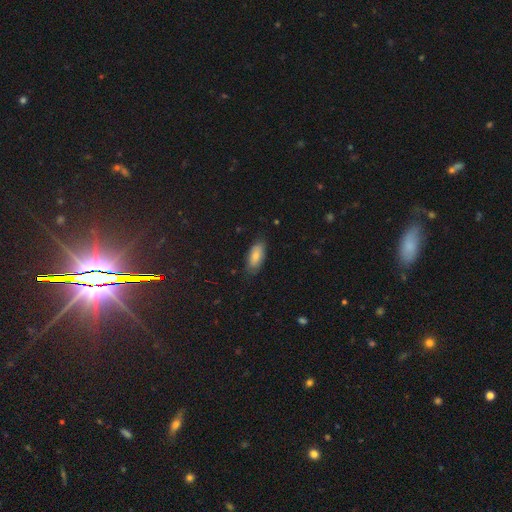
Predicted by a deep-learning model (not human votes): A smooth galaxy with no disk features (82%) that is in between round and cigar-shaped (88%). Merging: none (79%).